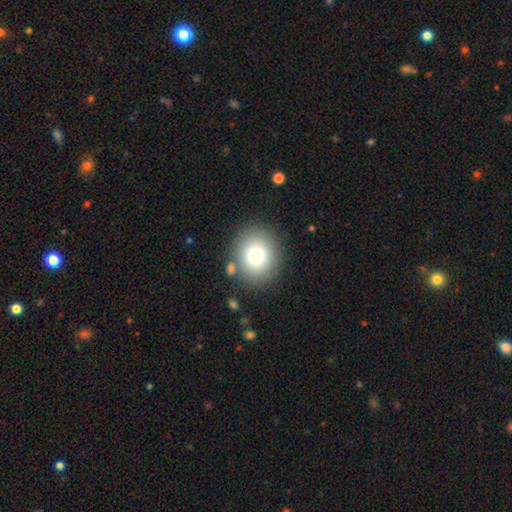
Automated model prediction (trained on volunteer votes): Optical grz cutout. It shows a smooth galaxy with no disk features (76%) that is round (68%). Merging: none (81%).